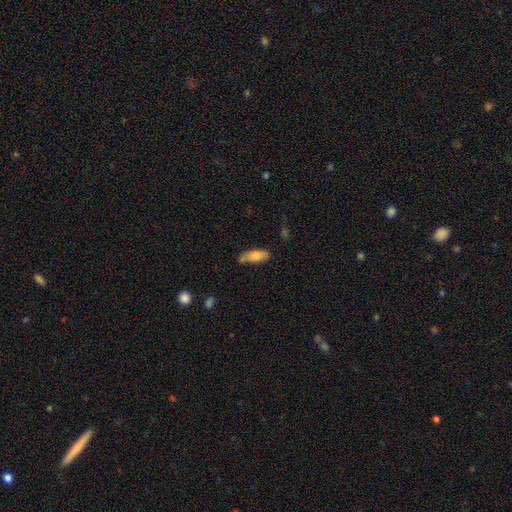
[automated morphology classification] A smooth galaxy with no disk features (77%) that is in between round and cigar-shaped (74%). Merging: none (61%).